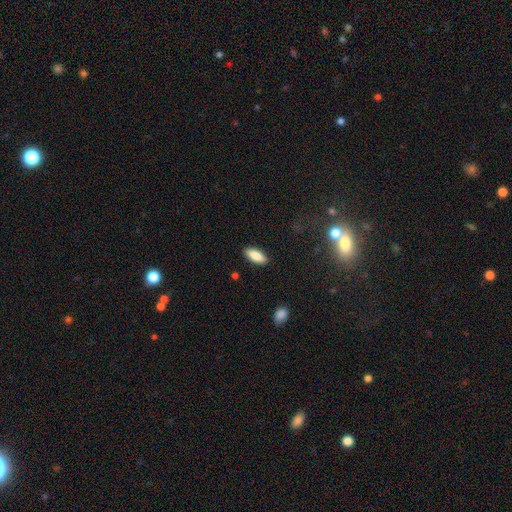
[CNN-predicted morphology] Smooth or featured?
  - smooth: 85% *
  - featured or disk: 9%
  - star or artifact: 6%
How rounded?
  - in between: 74% *
  - cigar-shaped: 24%
  - round: 2%
Merging?
  - none: 88% *
  - minor disturbance: 9%
  - major disturbance: 2%
  - merger: 1%